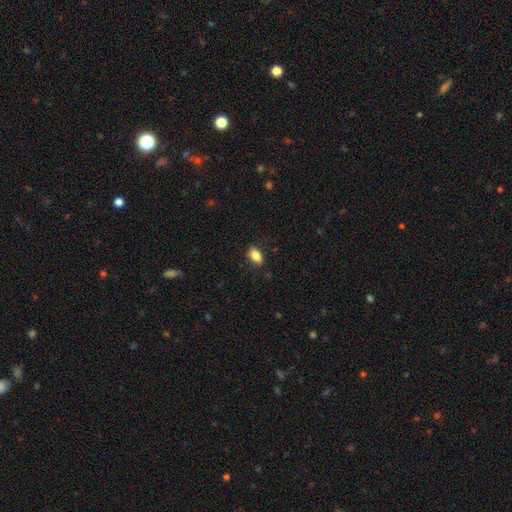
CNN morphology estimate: Smooth or featured?
  - smooth: 83% *
  - featured or disk: 8%
  - star or artifact: 8%
How rounded?
  - in between: 88% *
  - round: 7%
  - cigar-shaped: 5%
Merging?
  - none: 84% *
  - minor disturbance: 12%
  - major disturbance: 2%
  - merger: 1%